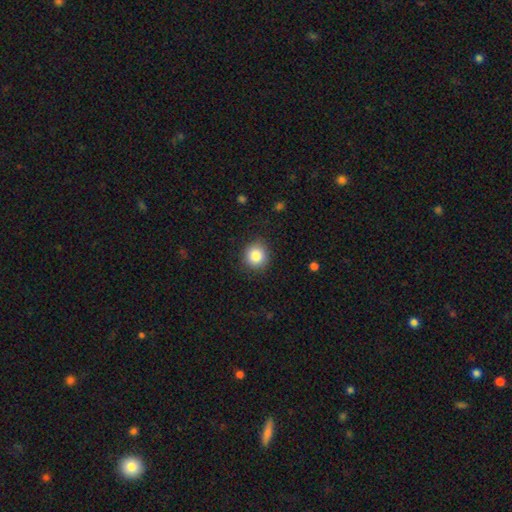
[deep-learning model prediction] Smooth or featured? Predicted: smooth (p=0.85). How rounded? Predicted: round (p=0.90). Merging? Predicted: none (p=0.88).